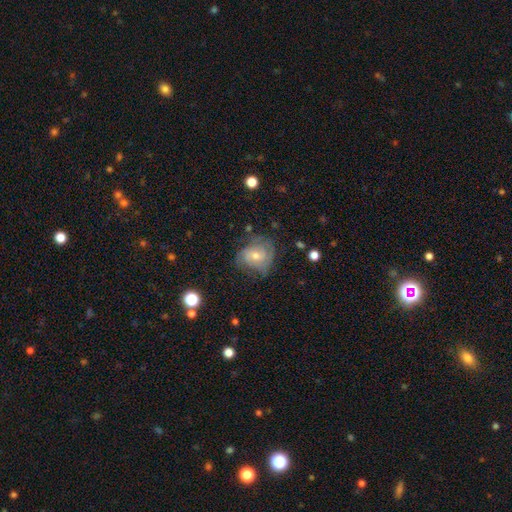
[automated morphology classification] type=featured or disk (52%); edge-on=no (97%); bar=no (66%); spiral arms=yes (72%); bulge=moderate (54%); merging=none (55%).